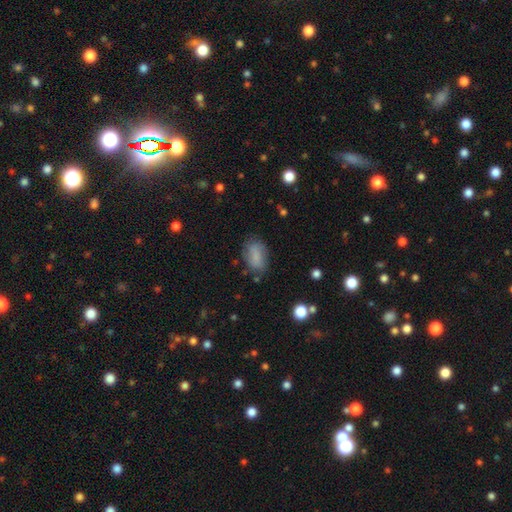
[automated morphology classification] Smooth or featured? smooth (77%)
How rounded? in between (88%)
Merging? none (73%)